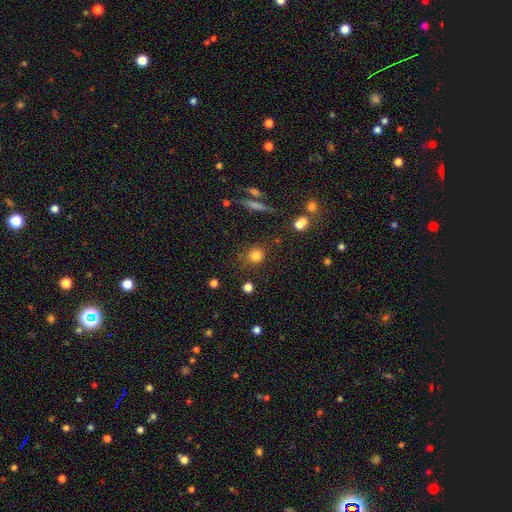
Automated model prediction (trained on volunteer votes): Smooth or featured?
  - smooth: 81% *
  - star or artifact: 13%
  - featured or disk: 7%
How rounded?
  - round: 85% *
  - in between: 13%
  - cigar-shaped: 2%
Merging?
  - none: 79% *
  - minor disturbance: 13%
  - major disturbance: 5%
  - merger: 4%